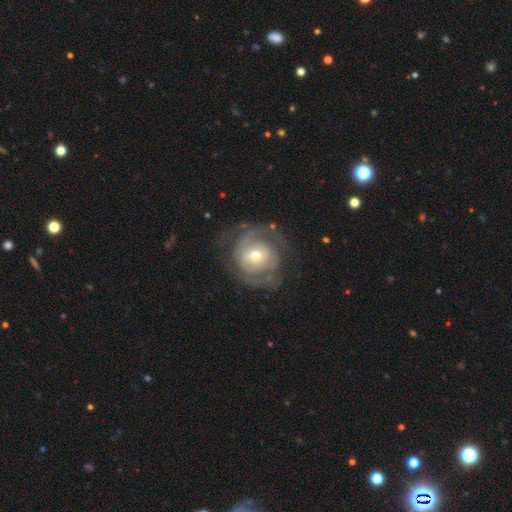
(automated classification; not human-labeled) This is likely a featured or disk galaxy (74%). It is clearly not viewed edge-on (97%). Bar: likely no (64%). Spiral arm pattern: clearly yes (83%). Spiral arm count: likely 2 (61%). Spiral winding: possibly tight (52%). Central bulge: possibly moderate (54%). Merging: likely none (66%).